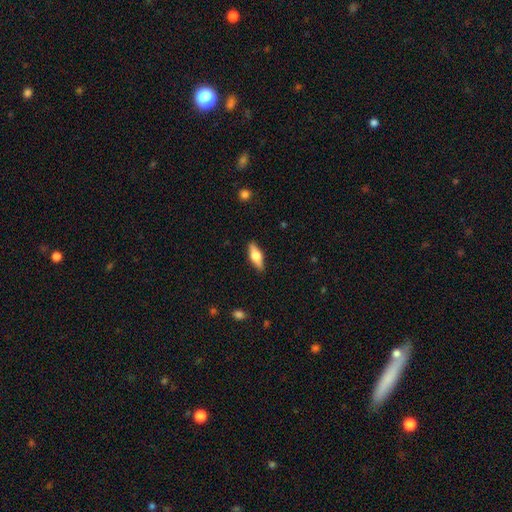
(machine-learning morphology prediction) smooth 53%, featured or disk 41%, star or artifact 6%. Down the decision tree: how rounded — in between (58%); merging — none (88%).